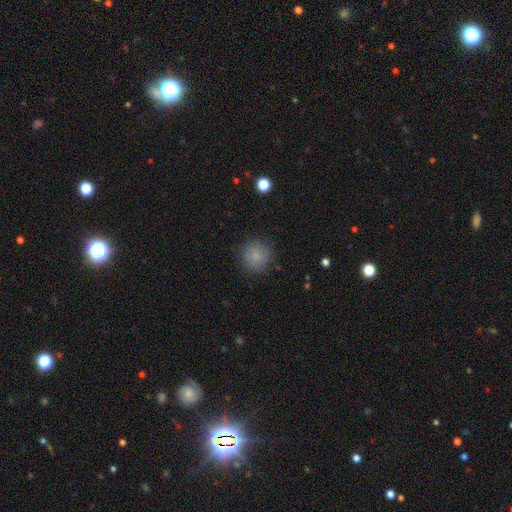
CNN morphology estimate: Smooth or featured? smooth (85%)
How rounded? round (93%)
Merging? none (86%)